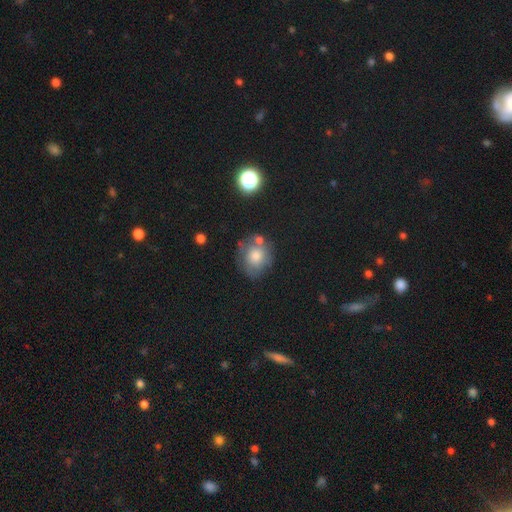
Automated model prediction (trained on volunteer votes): Smooth or featured? Predicted: smooth (p=0.64). How rounded? Predicted: round (p=0.74). Merging? Predicted: none (p=0.58).